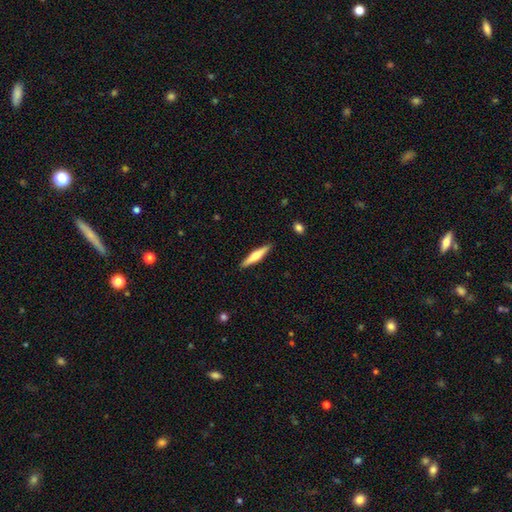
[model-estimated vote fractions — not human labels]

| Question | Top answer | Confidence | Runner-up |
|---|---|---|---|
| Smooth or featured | featured or disk | 48% | smooth (47%) |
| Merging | none | 90% | minor disturbance (7%) |